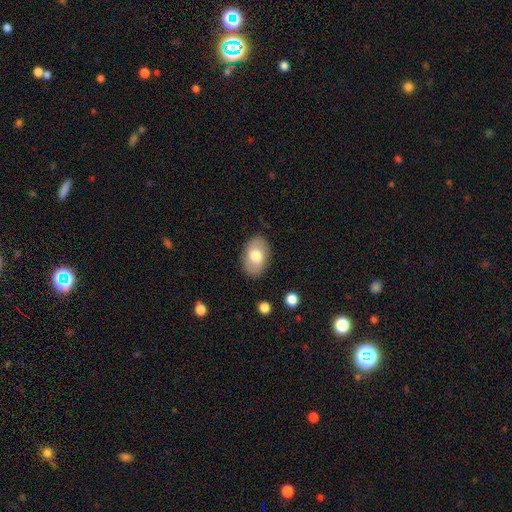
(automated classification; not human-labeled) This appears to be a smooth galaxy with no disk features (73%) that is in between round and cigar-shaped (88%). Merging: none (85%).